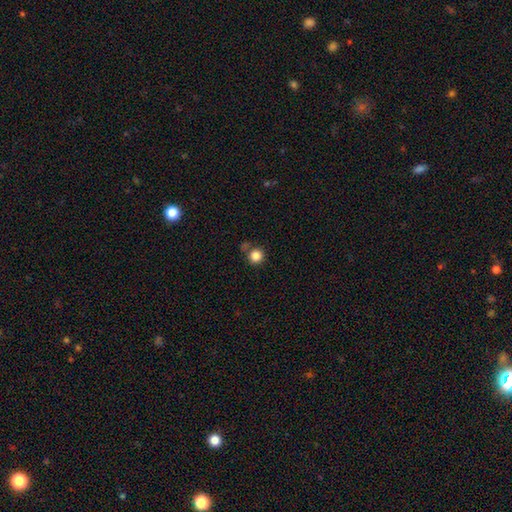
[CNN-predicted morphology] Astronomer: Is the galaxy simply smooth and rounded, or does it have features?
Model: smooth — 85%.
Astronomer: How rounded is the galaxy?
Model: round — 94%.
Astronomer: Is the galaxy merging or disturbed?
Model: none — 74%.